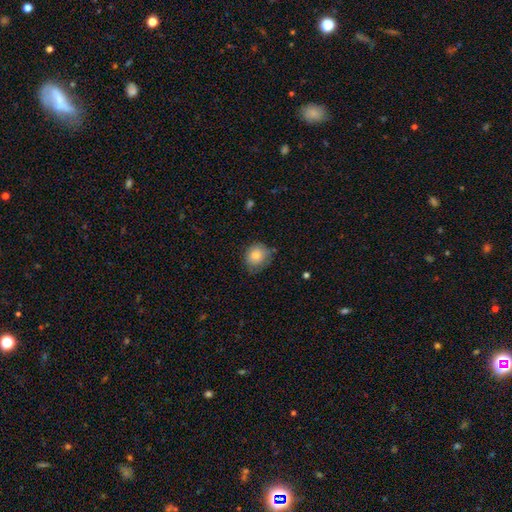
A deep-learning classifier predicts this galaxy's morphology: This is likely a smooth galaxy (78%). How rounded: likely round (76%). Merging: likely none (65%).